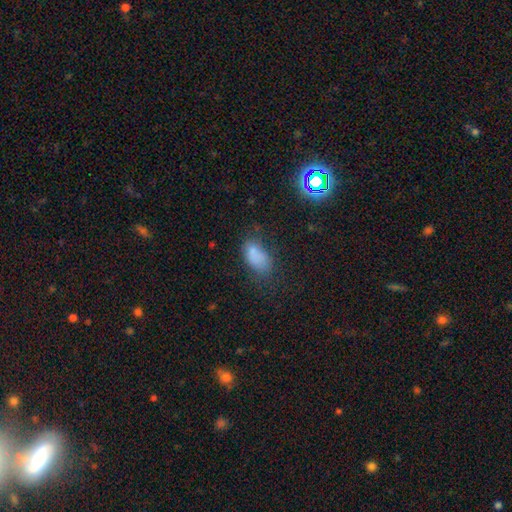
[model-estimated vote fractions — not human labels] This appears to be a smooth galaxy with no disk features (78%) that is in between round and cigar-shaped (90%). Merging: none (48%).